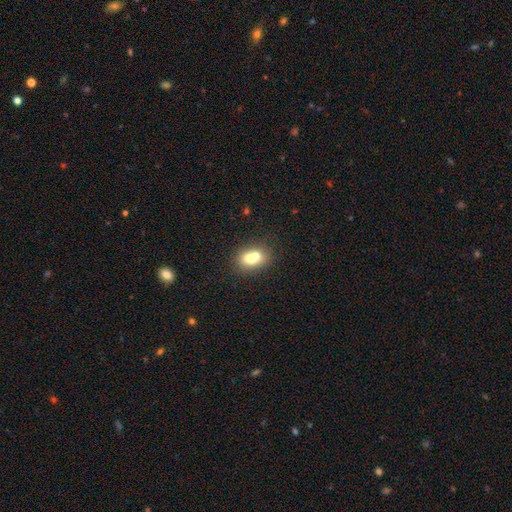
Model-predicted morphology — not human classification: smooth_or_featured: smooth (p=0.67) [alt: featured or disk p=0.23]
how_rounded: in between (p=0.50) [alt: round p=0.49]
merging: merger (p=0.56) [alt: none p=0.33]